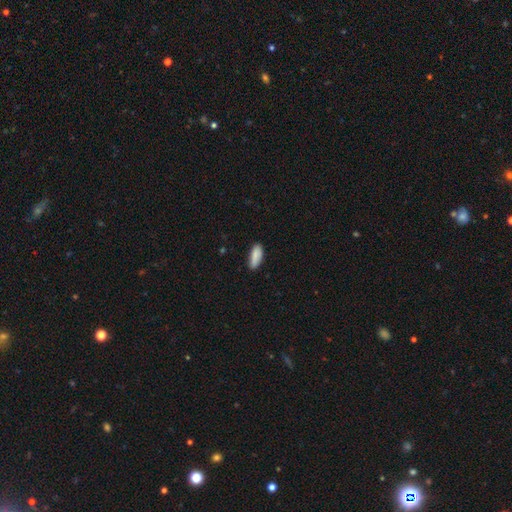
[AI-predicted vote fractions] smooth-or-featured: smooth: 87% | featured or disk: 7% | star or artifact: 6%
  how-rounded: in between: 72% | cigar-shaped: 26% | round: 2%
  merging: none: 77% | minor disturbance: 18% | major disturbance: 3% | merger: 2%